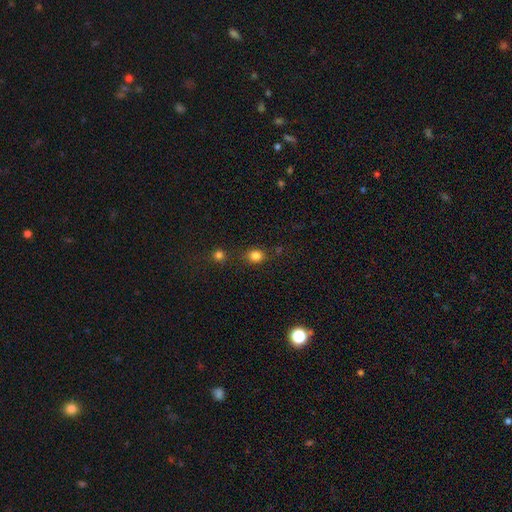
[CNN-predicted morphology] Smooth or featured?
  - smooth: 82% *
  - star or artifact: 13%
  - featured or disk: 5%
How rounded?
  - round: 73% *
  - in between: 26%
  - cigar-shaped: 1%
Merging?
  - none: 79% *
  - minor disturbance: 11%
  - merger: 6%
  - major disturbance: 4%